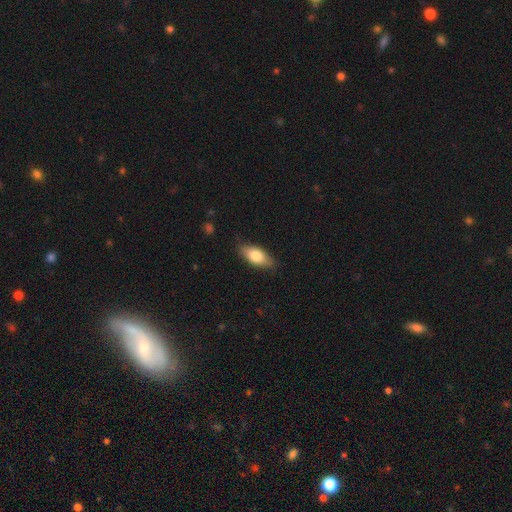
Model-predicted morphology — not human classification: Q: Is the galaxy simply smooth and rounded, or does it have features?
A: smooth — 76%.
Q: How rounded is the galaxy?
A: in between — 83%.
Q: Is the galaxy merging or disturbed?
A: none — 81%.